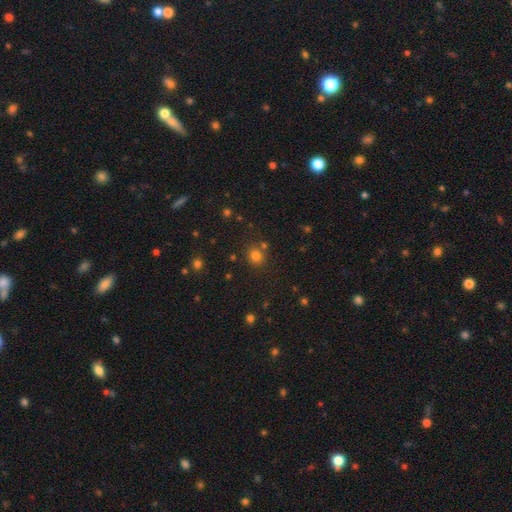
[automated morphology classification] Smooth or featured: smooth — 77% (star or artifact — 17%)
How rounded: round — 85% (in between — 14%)
Merging: none — 77% (merger — 10%)